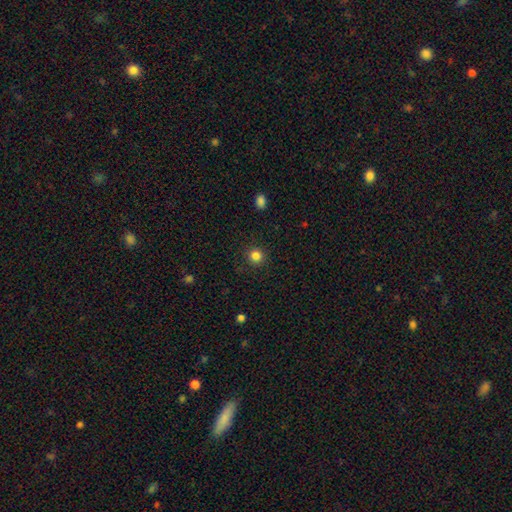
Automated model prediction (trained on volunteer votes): smooth 84%, star or artifact 12%, featured or disk 5%. Down the decision tree: how rounded — round (94%); merging — none (91%).